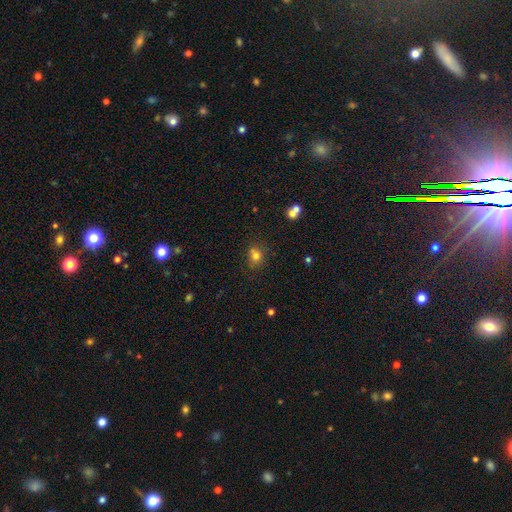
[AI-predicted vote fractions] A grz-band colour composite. It shows a smooth galaxy with no disk features (76%) that is round (64%). Merging: none (71%).